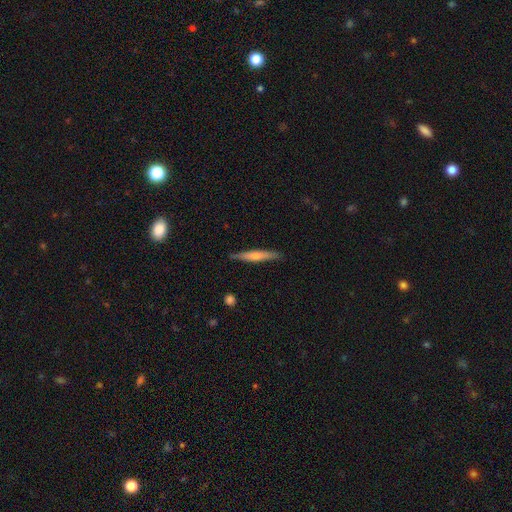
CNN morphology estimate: A featured or disk galaxy (57%) viewed edge-on (96%) with a rounded central bulge (74%). Merging: none (89%).